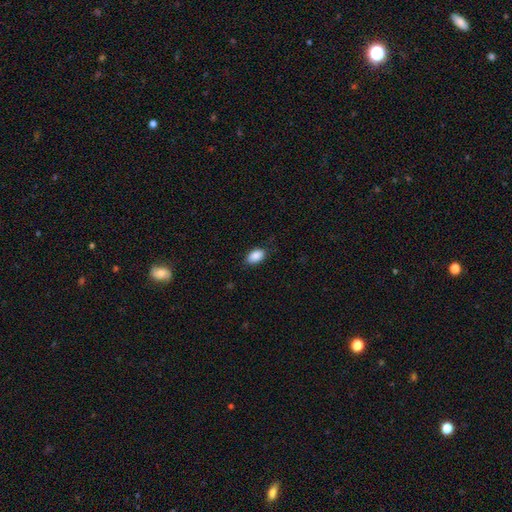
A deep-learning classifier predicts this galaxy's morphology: This appears to be a smooth galaxy with no disk features (89%) that is in between round and cigar-shaped (92%). Merging: none (83%).